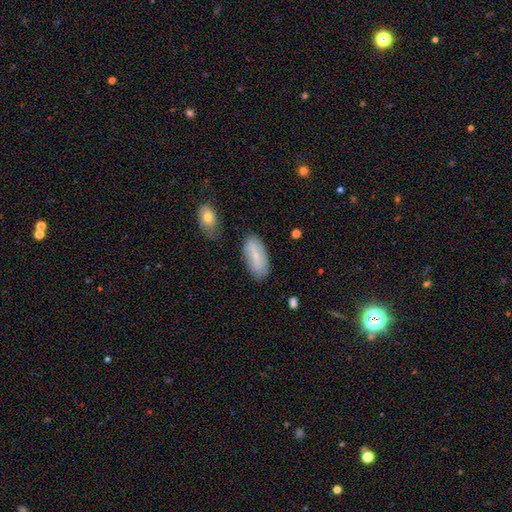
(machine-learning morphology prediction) This is likely a smooth galaxy (61%). How rounded: clearly in between (87%). Merging: likely none (77%).